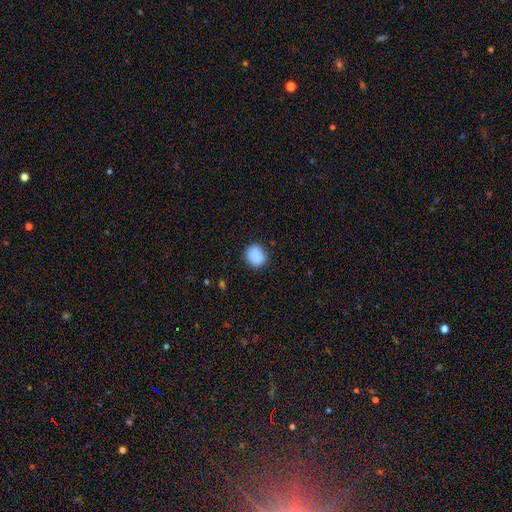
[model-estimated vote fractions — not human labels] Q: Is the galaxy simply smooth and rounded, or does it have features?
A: smooth — 89%.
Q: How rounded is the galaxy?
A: round — 71%.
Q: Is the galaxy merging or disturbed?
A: none — 86%.